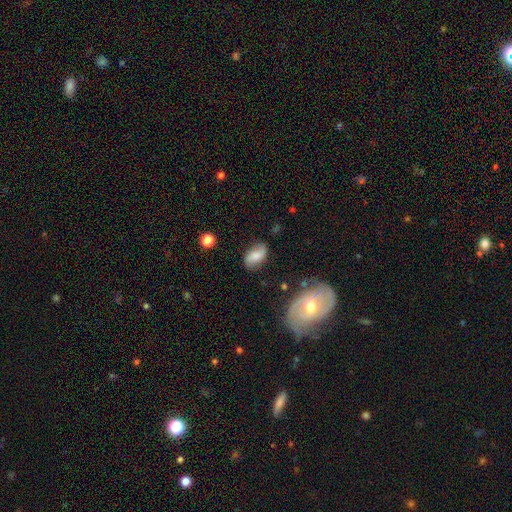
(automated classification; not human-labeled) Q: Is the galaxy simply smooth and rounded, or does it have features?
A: smooth — 58%.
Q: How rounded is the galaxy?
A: in between — 89%.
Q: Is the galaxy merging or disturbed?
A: none — 75%.